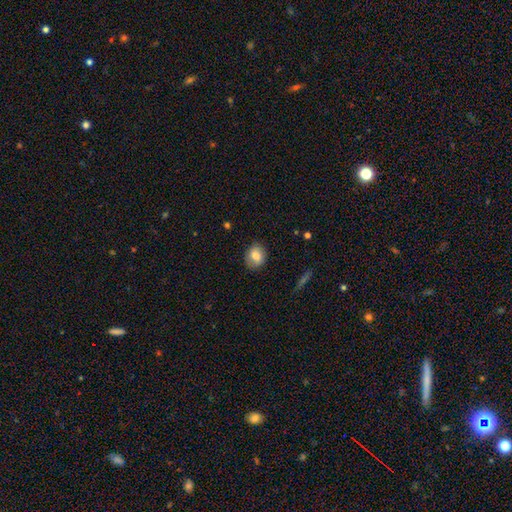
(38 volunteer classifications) Smooth or featured: smooth — 87% (featured or disk — 11%)
How rounded: round — 64% (in between — 36%)
Merging: none — 70% (minor disturbance — 22%)